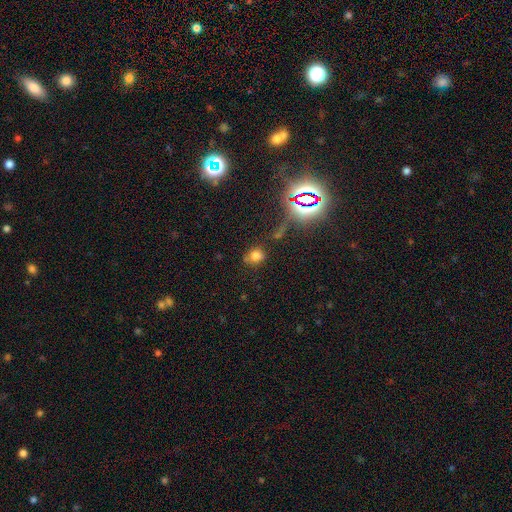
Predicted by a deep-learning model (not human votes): smooth_or_featured: smooth (p=0.69) [alt: star or artifact p=0.22]
how_rounded: round (p=0.55) [alt: in between p=0.43]
merging: none (p=0.63) [alt: minor disturbance p=0.21]